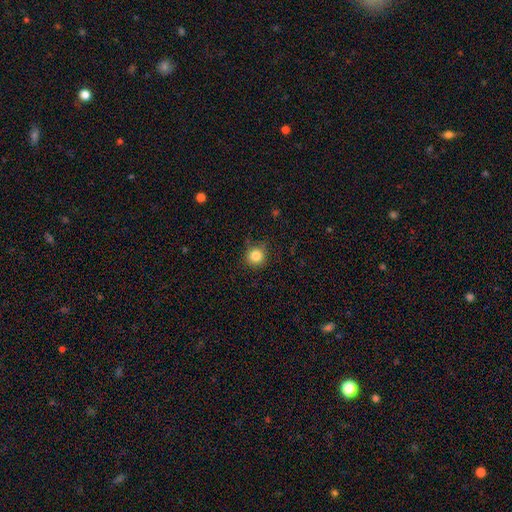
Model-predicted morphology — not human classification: smooth 84%, star or artifact 11%, featured or disk 5%. Down the decision tree: how rounded — round (93%); merging — none (85%).